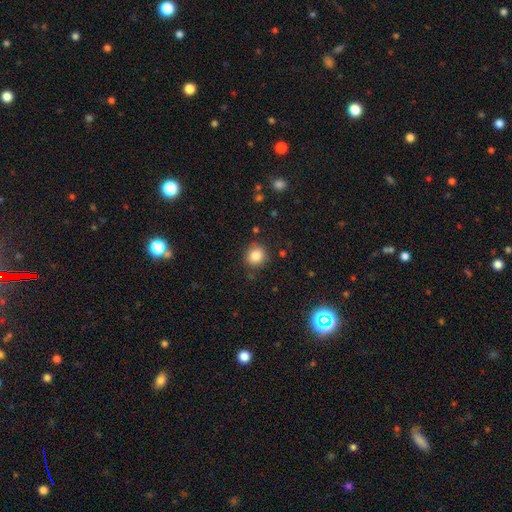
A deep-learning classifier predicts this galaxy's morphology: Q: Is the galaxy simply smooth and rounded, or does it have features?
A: smooth — 85%.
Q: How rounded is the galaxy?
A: round — 84%.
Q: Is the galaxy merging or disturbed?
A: none — 84%.